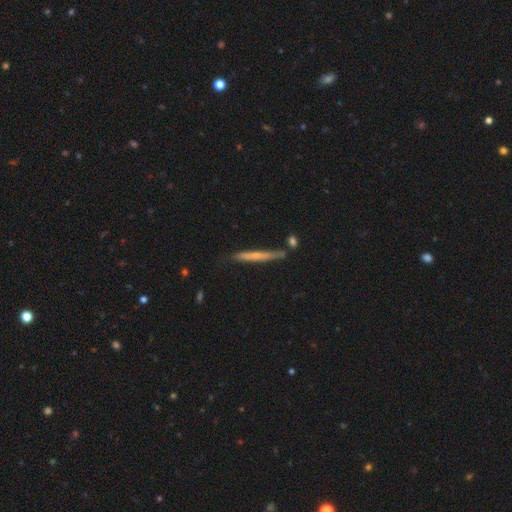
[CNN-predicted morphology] smooth_or_featured: smooth (p=0.52) [alt: featured or disk p=0.41]
how_rounded: cigar-shaped (p=0.96) [alt: in between p=0.02]
merging: none (p=0.76) [alt: minor disturbance p=0.15]